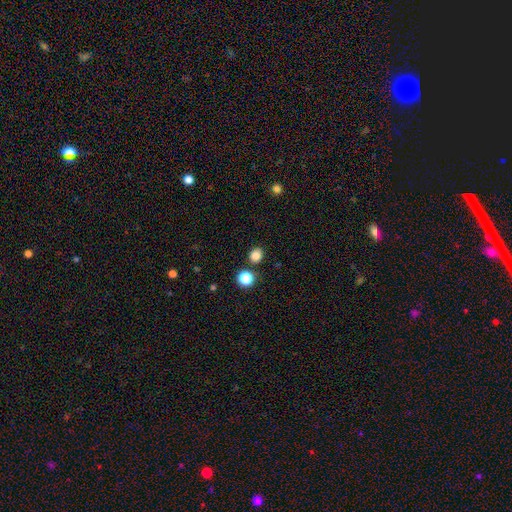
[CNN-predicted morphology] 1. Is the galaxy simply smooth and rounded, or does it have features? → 83% smooth, 13% star or artifact, 4% featured or disk.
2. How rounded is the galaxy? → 78% round, 21% in between, 1% cigar-shaped.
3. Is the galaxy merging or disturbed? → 84% none, 8% minor disturbance, 6% merger, 2% major disturbance.